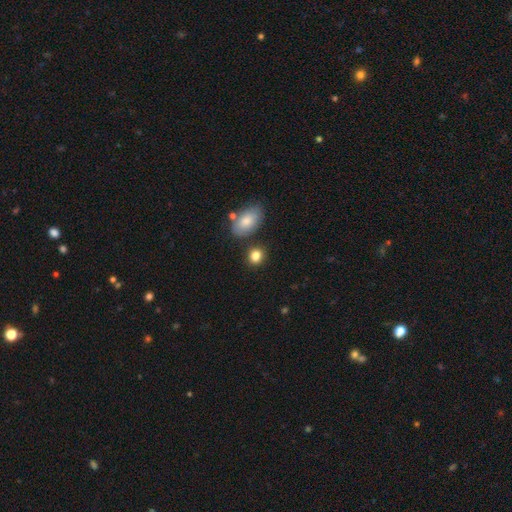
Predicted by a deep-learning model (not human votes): Smooth or featured? smooth (85%)
How rounded? round (64%)
Merging? none (78%)